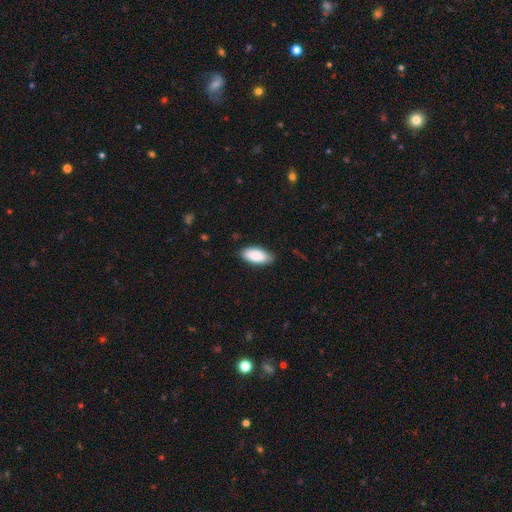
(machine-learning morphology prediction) A smooth galaxy with no disk features (88%) that is in between round and cigar-shaped (91%). Merging: none (79%).